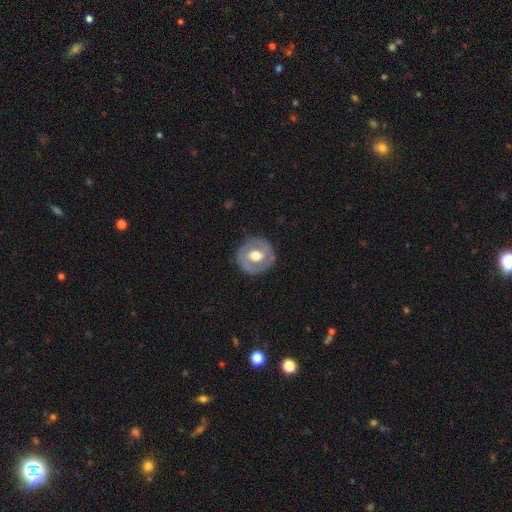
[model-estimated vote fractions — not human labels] featured or disk 57%, smooth 38%, star or artifact 5%. Down the decision tree: edge-on disk — no (96%); bar — no (58%); spiral arms — no (60%); bulge size — moderate (64%); merging — none (82%).